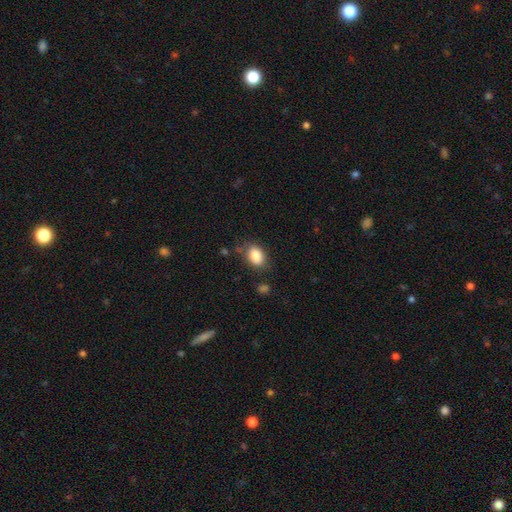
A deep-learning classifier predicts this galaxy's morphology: smooth_or_featured: smooth (p=0.86) [alt: star or artifact p=0.08]
how_rounded: in between (p=0.82) [alt: round p=0.17]
merging: none (p=0.75) [alt: minor disturbance p=0.17]